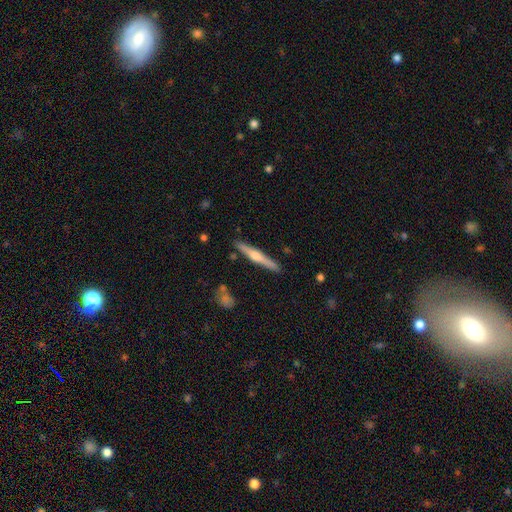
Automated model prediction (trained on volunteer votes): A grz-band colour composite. It shows a featured or disk galaxy (67%) viewed edge-on (98%) with a rounded central bulge (89%). Merging: none (90%).